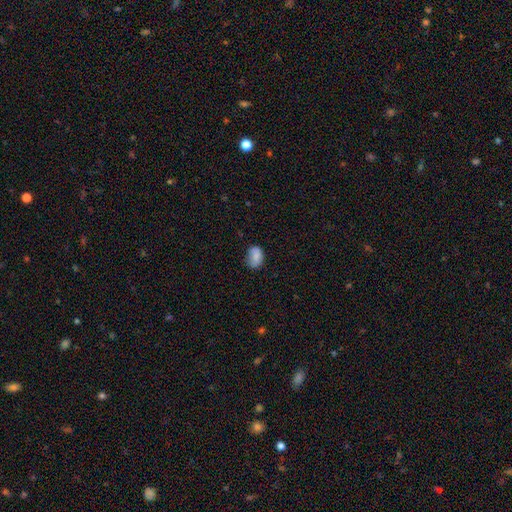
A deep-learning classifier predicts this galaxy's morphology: smooth-or-featured: smooth: 84% | star or artifact: 8% | featured or disk: 8%
  how-rounded: in between: 78% | round: 21% | cigar-shaped: 1%
  merging: none: 60% | minor disturbance: 31% | major disturbance: 8% | merger: 2%